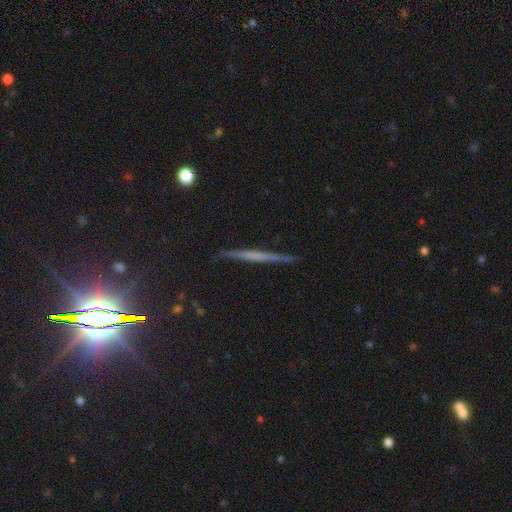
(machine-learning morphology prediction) This appears to be a featured or disk galaxy (57%) viewed edge-on (97%) with no central bulge (77%). Merging: none (90%).